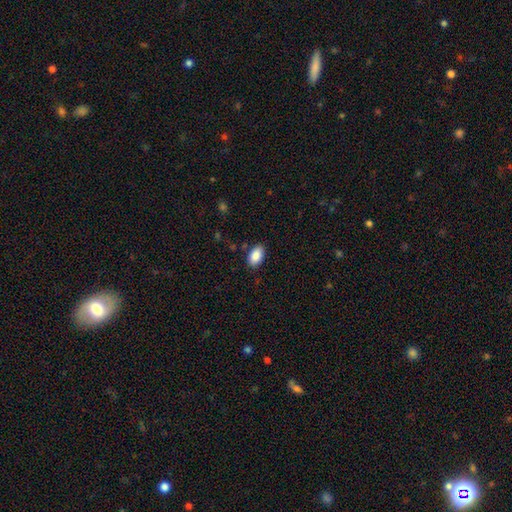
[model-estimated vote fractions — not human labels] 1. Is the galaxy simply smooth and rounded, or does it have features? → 88% smooth, 7% star or artifact, 5% featured or disk.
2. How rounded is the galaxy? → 93% in between, 5% round, 2% cigar-shaped.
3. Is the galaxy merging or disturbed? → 86% none, 11% minor disturbance, 2% major disturbance, 1% merger.